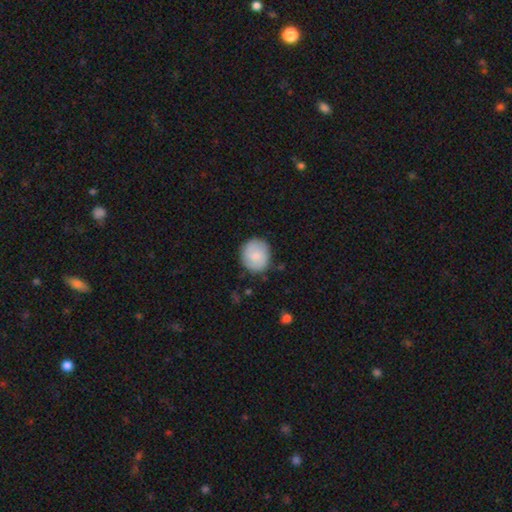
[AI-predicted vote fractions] Smooth or featured: smooth — 78% (featured or disk — 16%)
How rounded: round — 81% (in between — 18%)
Merging: none — 83% (minor disturbance — 13%)